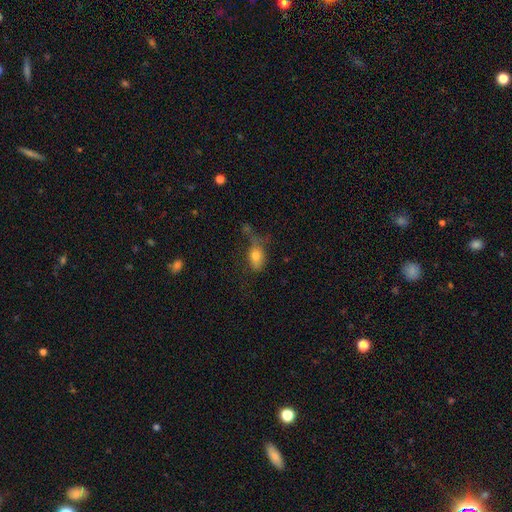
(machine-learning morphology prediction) smooth 73%, featured or disk 17%, star or artifact 11%. Down the decision tree: how rounded — in between (80%); merging — none (36%).